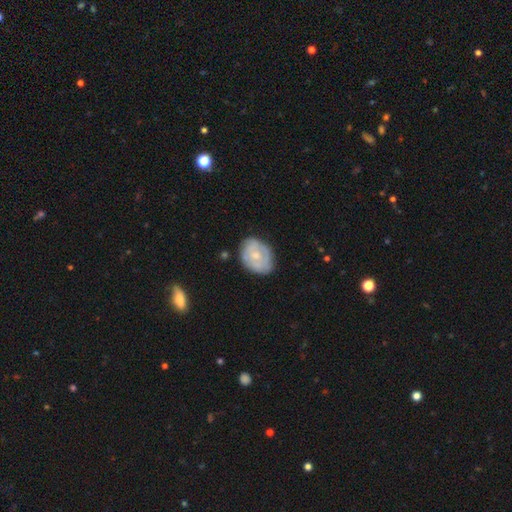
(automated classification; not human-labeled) A featured or disk galaxy (52%) with no bar (79%), spiral arms (50%, tied with no) and a small central bulge (57%).

Vote fractions:
- Smooth or featured? featured or disk: 52% / smooth: 42% / star or artifact: 6%
- Edge-on disk? no: 96% / yes: 4%
- Bar? no: 79% / weak: 18% / strong: 3%
- Spiral arms? yes: 50% (tied) / no: 50% (tied)
- Bulge size? small: 57% / moderate: 37% / none: 3% / large: 1% / dominant: 1%
- Merging? none: 71% / minor disturbance: 22% / major disturbance: 5% / merger: 2%